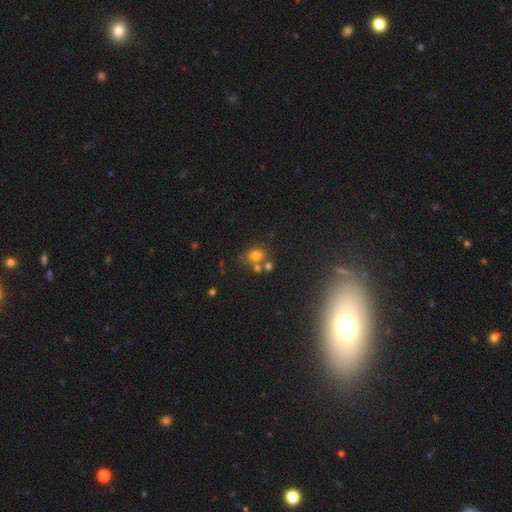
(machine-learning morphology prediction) Smooth or featured? Predicted: smooth (p=0.72). How rounded? Predicted: round (p=0.75). Merging? Predicted: none (p=0.59).